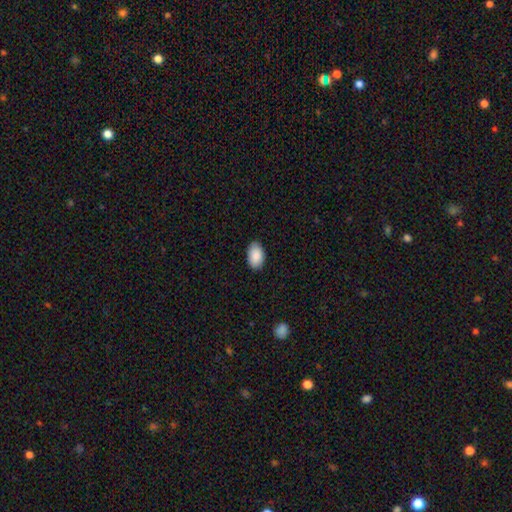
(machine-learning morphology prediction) Overall: smooth (90%). How rounded: in between (93%). Merging: none (87%).